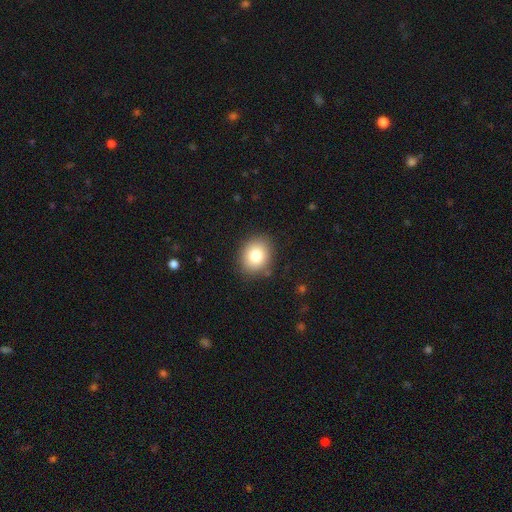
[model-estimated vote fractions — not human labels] A smooth galaxy with no disk features (82%) that is round (55%).

Vote fractions:
- Smooth or featured? smooth: 82% / star or artifact: 10% / featured or disk: 9%
- How rounded? round: 55% / in between: 44% / cigar-shaped: 1%
- Merging? none: 86% / minor disturbance: 10% / major disturbance: 3% / merger: 1%